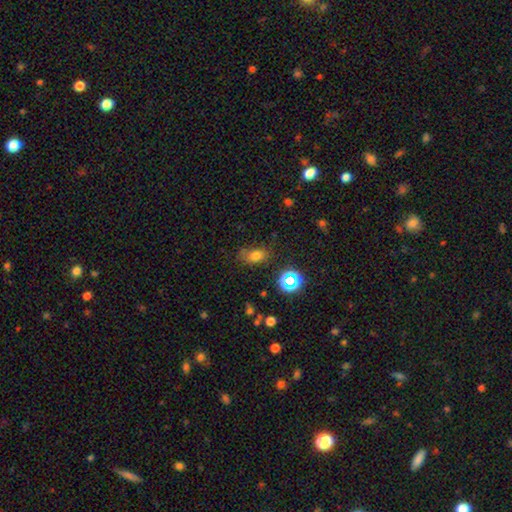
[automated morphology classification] Smooth or featured? Predicted: smooth (p=0.70). How rounded? Predicted: in between (p=0.76). Merging? Predicted: none (p=0.67).